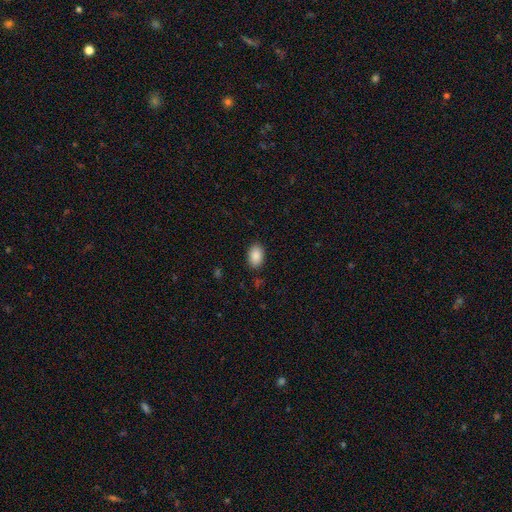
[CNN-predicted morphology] smooth 88%, star or artifact 7%, featured or disk 4%. Down the decision tree: how rounded — in between (90%); merging — none (87%).